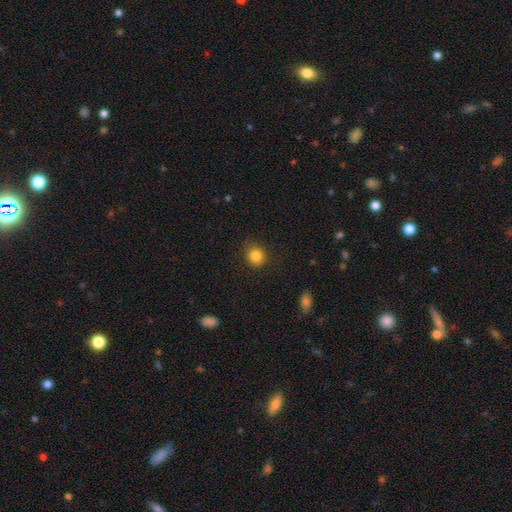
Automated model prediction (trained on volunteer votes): Smooth or featured? smooth (84%)
How rounded? round (80%)
Merging? none (82%)